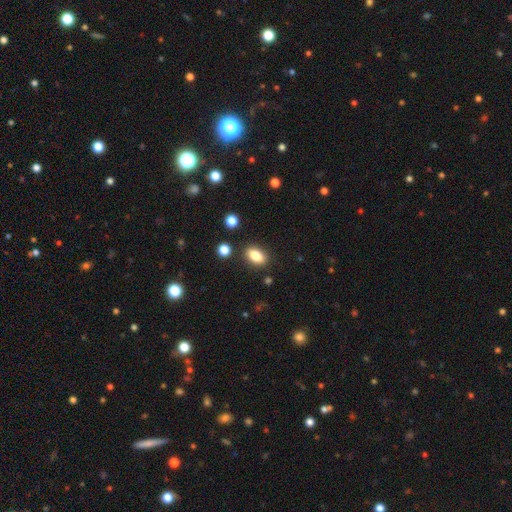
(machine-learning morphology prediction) type=smooth (83%); roundness=in between (86%); merging=none (85%).